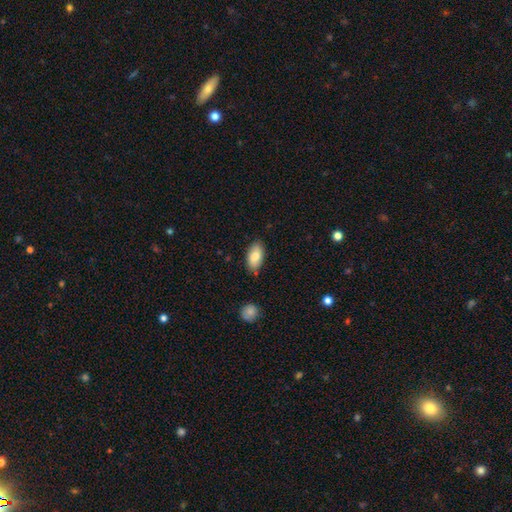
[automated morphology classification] Q: Smooth or featured?
A: smooth (82%); runner-up: featured or disk (11%)
Q: How rounded?
A: in between (93%); runner-up: cigar-shaped (4%)
Q: Merging?
A: none (81%); runner-up: minor disturbance (14%)